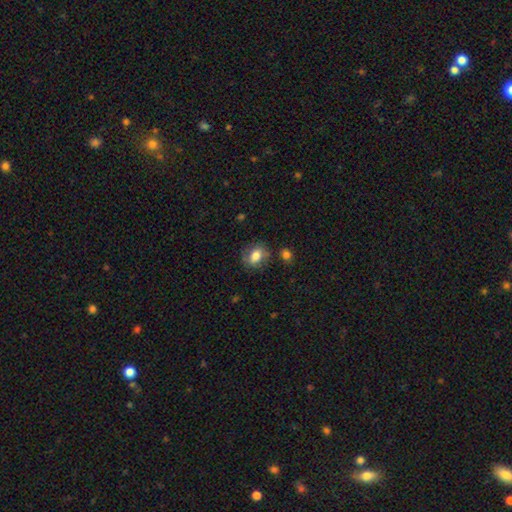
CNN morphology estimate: Q: Smooth or featured?
A: smooth (76%); runner-up: featured or disk (15%)
Q: How rounded?
A: in between (65%); runner-up: round (34%)
Q: Merging?
A: none (72%); runner-up: minor disturbance (18%)